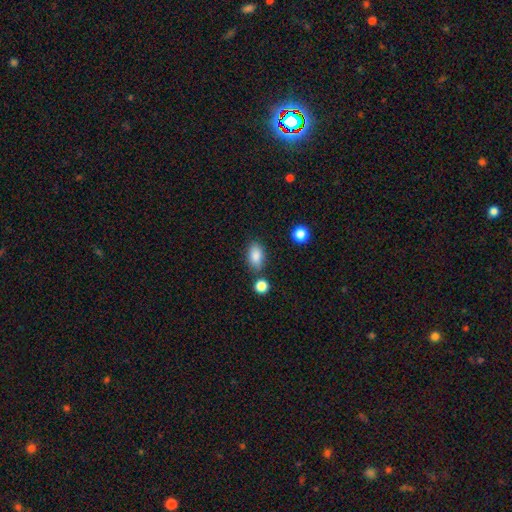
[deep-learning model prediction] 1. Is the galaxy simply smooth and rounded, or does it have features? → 85% smooth, 9% star or artifact, 6% featured or disk.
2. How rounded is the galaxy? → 86% in between, 11% round, 3% cigar-shaped.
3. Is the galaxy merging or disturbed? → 74% none, 15% minor disturbance, 7% merger, 4% major disturbance.